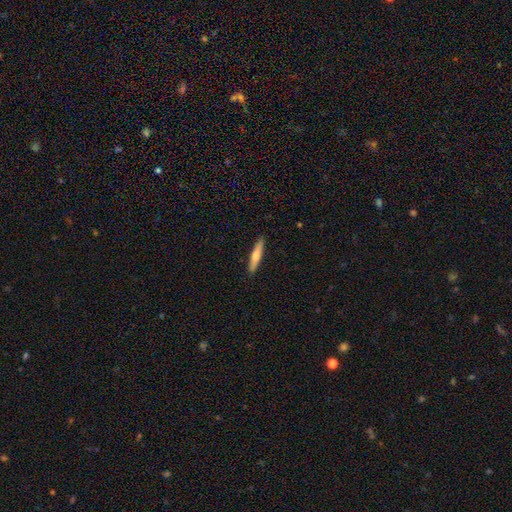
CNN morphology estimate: The model was most divided on "smooth or featured": smooth: 57%, featured or disk: 37%, star or artifact: 5%. More confident: merging — none (91%); how rounded — cigar-shaped (88%).